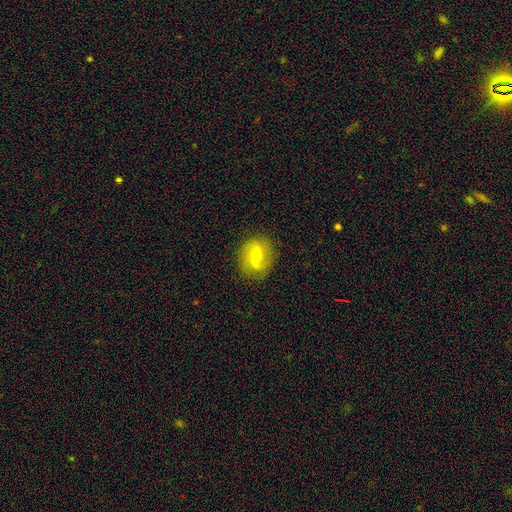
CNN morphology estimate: The model was most divided on "bulge size": moderate: 54%, small: 41%, large: 2%, none: 2%, dominant: 1%. Remaining: edge-on disk — no (96%); spiral arms — yes (81%); merging — none (80%); smooth or featured — featured or disk (58%); bar — weak (47%).